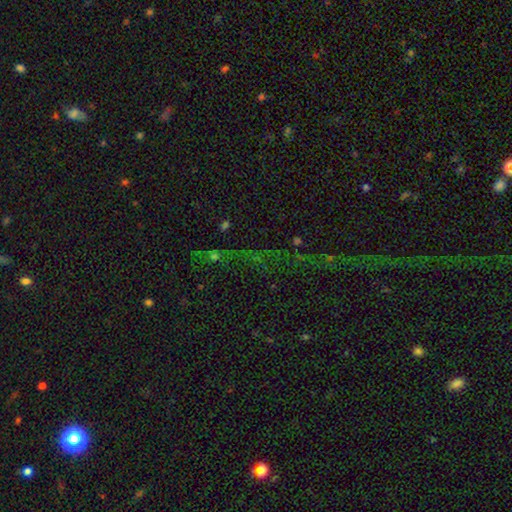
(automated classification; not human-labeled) The model was most divided on "smooth or featured": star or artifact: 75%, featured or disk: 12%, smooth: 12%.